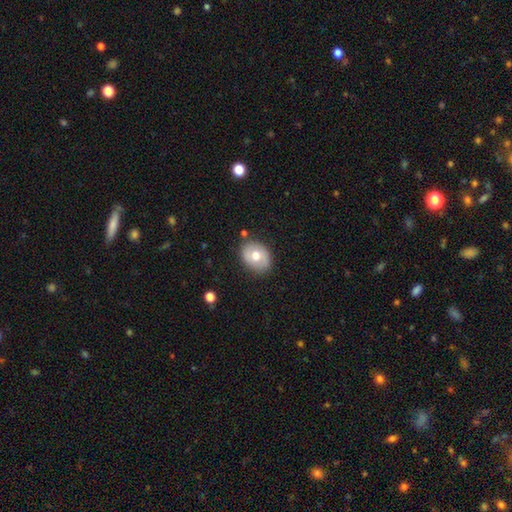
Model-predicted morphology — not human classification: type=smooth (61%); roundness=in between (55%); merging=none (82%).